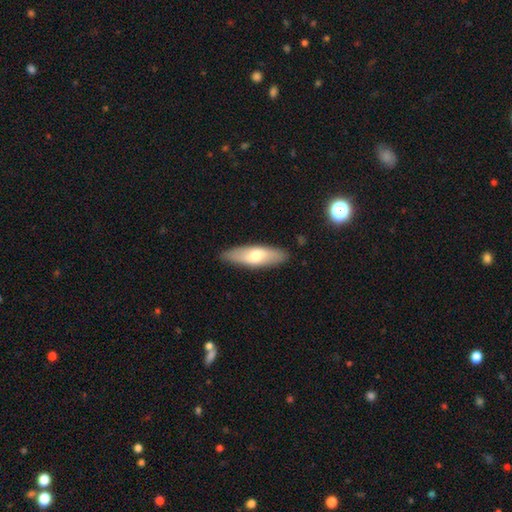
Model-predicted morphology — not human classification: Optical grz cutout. It shows a smooth galaxy with no disk features (60%) that is in between round and cigar-shaped (55%). Merging: none (87%).